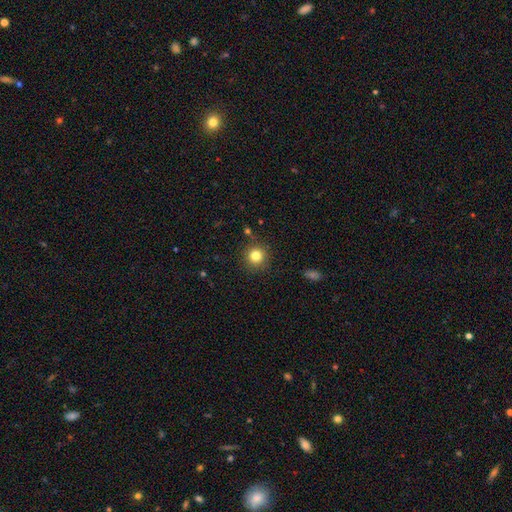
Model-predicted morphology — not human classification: Smooth or featured? smooth (81%)
How rounded? round (94%)
Merging? none (88%)